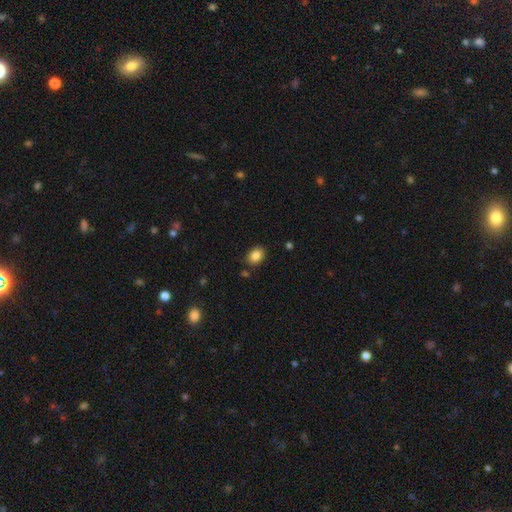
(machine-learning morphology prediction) This appears to be a smooth galaxy with no disk features (86%) that is in between round and cigar-shaped (69%). Merging: none (84%).